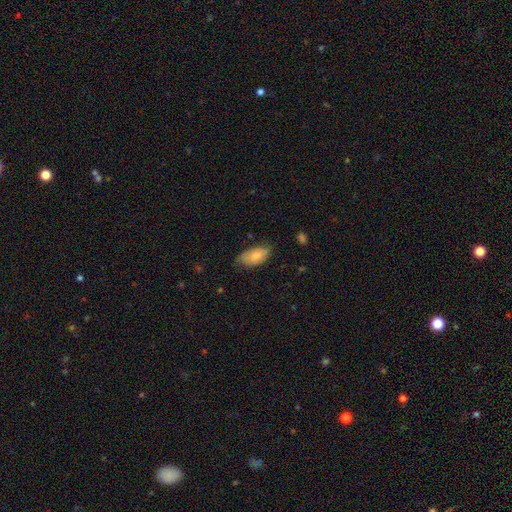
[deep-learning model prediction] Morphology: type=smooth (77%); roundness=in between (93%); merging=none (56%).